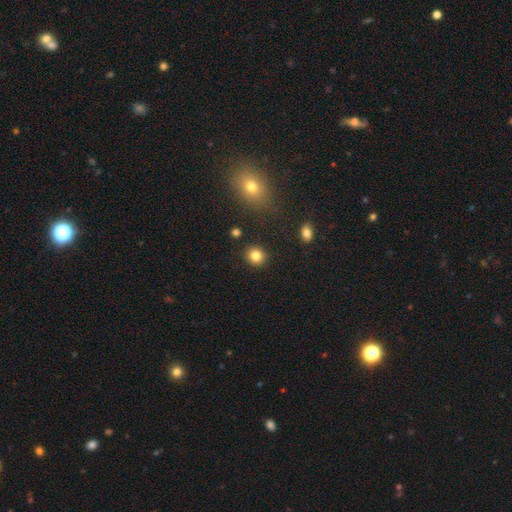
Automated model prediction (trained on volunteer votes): This appears to be a smooth galaxy with no disk features (83%) that is round (83%). Merging: none (89%).